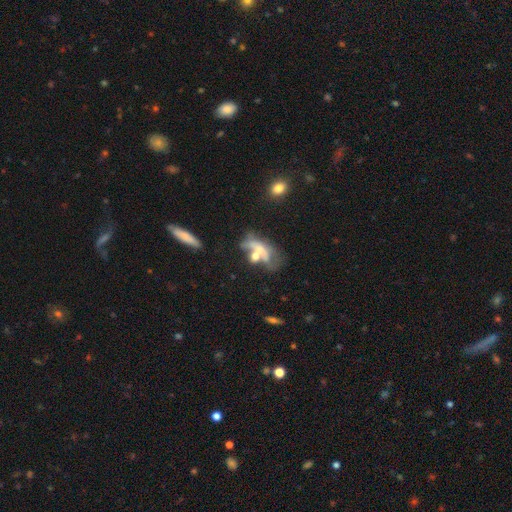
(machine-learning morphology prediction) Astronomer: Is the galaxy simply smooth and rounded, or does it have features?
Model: featured or disk — 48% (runner-up: smooth, 39%).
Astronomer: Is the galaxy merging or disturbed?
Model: merger — 50%.